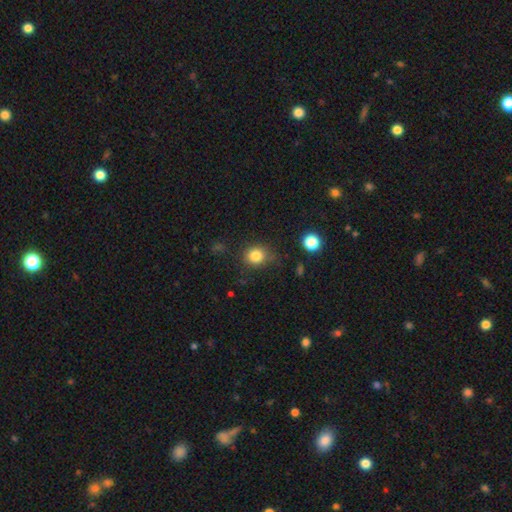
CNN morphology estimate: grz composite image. It shows a smooth galaxy with no disk features (82%) that is round (82%). Merging: none (76%).